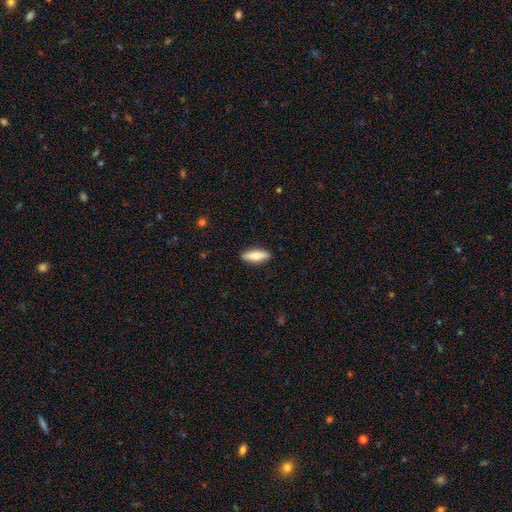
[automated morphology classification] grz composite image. It shows a smooth galaxy with no disk features (77%) that is in between round and cigar-shaped (49%, tied with cigar-shaped). Merging: none (89%).